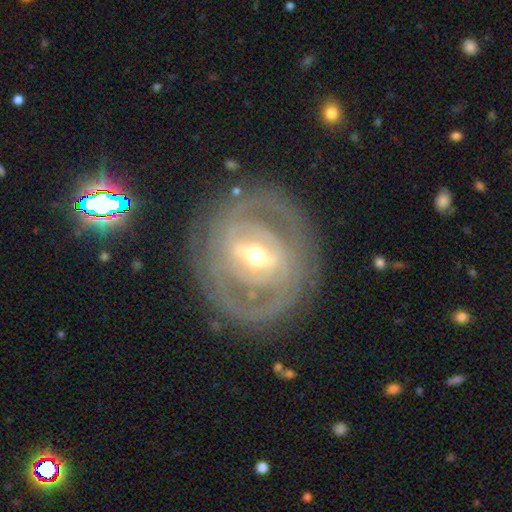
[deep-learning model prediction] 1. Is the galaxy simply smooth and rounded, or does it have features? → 85% featured or disk, 10% smooth, 5% star or artifact.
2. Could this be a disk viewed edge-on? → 95% no, 5% yes.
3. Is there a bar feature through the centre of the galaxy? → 52% strong, 34% weak, 14% no.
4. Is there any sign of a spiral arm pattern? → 78% yes, 22% no.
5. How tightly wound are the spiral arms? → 66% tight, 25% medium, 9% loose.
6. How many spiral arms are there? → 45% 2, 31% can't tell, 10% 3, 6% 1, 5% 4, 4% more than 4.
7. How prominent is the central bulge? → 62% moderate, 30% small, 6% large, 1% dominant, 1% none.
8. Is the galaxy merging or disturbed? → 79% none, 12% minor disturbance, 7% major disturbance, 2% merger.